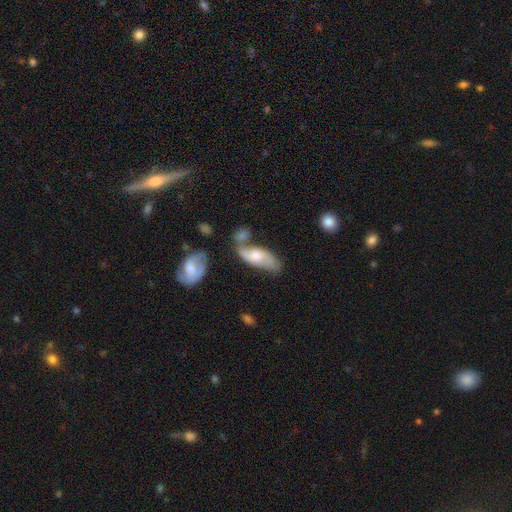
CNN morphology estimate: smooth_or_featured: featured or disk (p=0.53) [alt: smooth p=0.41]
disk_edge_on: no (p=0.83) [alt: yes p=0.17]
merging: none (p=0.43) [alt: minor disturbance p=0.24]